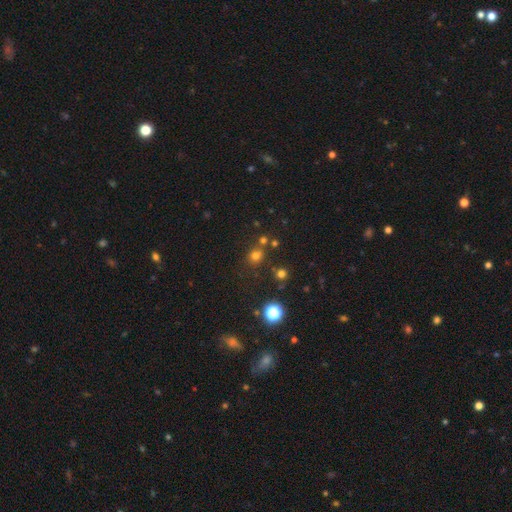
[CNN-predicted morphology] Smooth or featured? smooth (67%)
How rounded? round (84%)
Merging? none (73%)